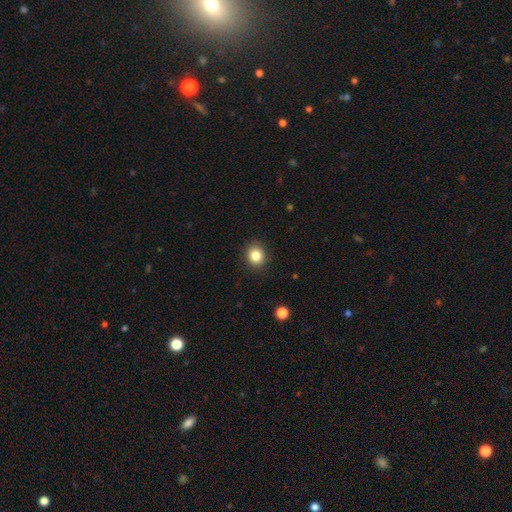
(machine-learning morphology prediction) Smooth or featured: smooth — 84% (star or artifact — 11%)
How rounded: round — 75% (in between — 24%)
Merging: none — 89% (minor disturbance — 7%)